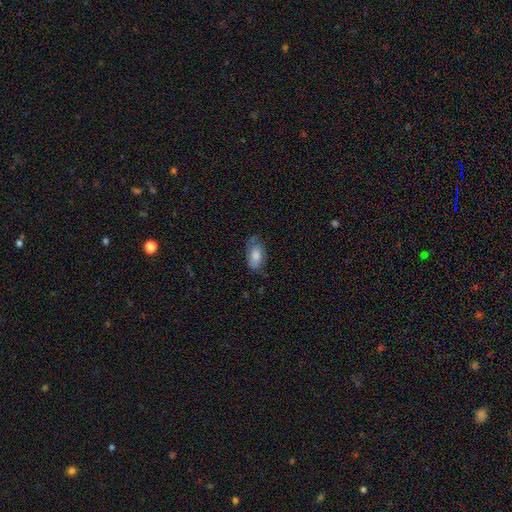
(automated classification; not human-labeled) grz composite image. It shows a smooth galaxy with no disk features (69%) that is in between round and cigar-shaped (92%). Merging: none (59%).